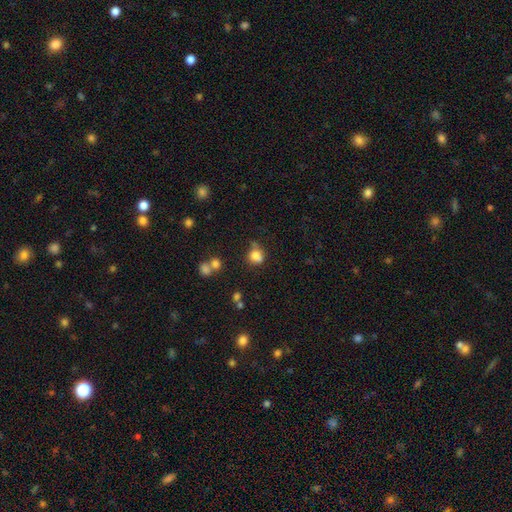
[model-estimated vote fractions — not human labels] Smooth or featured?
  - smooth: 80% *
  - star or artifact: 12%
  - featured or disk: 8%
How rounded?
  - round: 67% *
  - in between: 32%
  - cigar-shaped: 1%
Merging?
  - none: 53% *
  - minor disturbance: 24%
  - merger: 14%
  - major disturbance: 9%